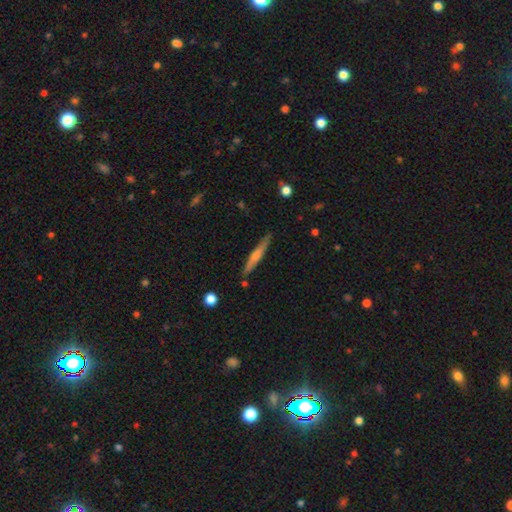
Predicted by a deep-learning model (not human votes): Smooth or featured? Predicted: featured or disk (p=0.67). Edge-on disk? Predicted: yes (p=0.97). Edge-on bulge? Predicted: rounded (p=0.81). Merging? Predicted: none (p=0.89).